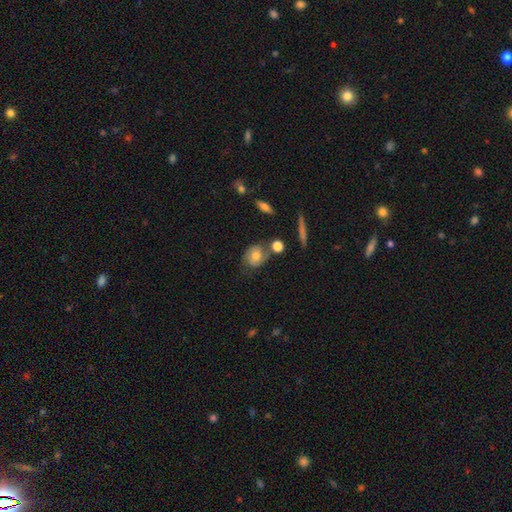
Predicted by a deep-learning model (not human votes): The model was most divided on "how rounded": round: 56%, in between: 41%, cigar-shaped: 2%. More confident: merging — none (56%); smooth or featured — smooth (55%).